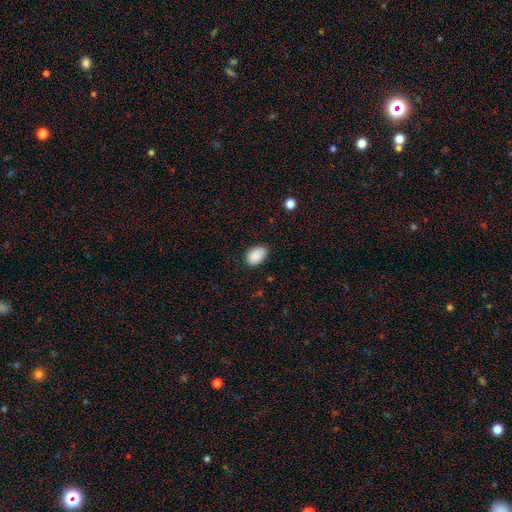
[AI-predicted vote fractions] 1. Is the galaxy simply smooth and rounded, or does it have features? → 90% smooth, 7% star or artifact, 3% featured or disk.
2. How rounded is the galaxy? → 90% in between, 9% round, 1% cigar-shaped.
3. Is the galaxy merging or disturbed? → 83% none, 14% minor disturbance, 3% major disturbance, 1% merger.